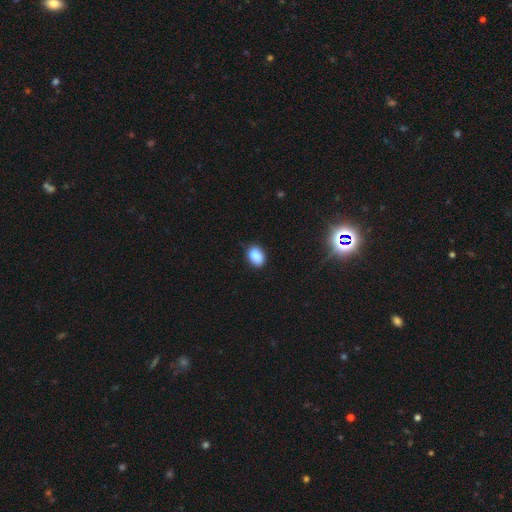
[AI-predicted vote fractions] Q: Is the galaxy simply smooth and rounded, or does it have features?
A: smooth — 87%.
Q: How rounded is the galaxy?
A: in between — 82%.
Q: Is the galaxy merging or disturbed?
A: none — 77%.